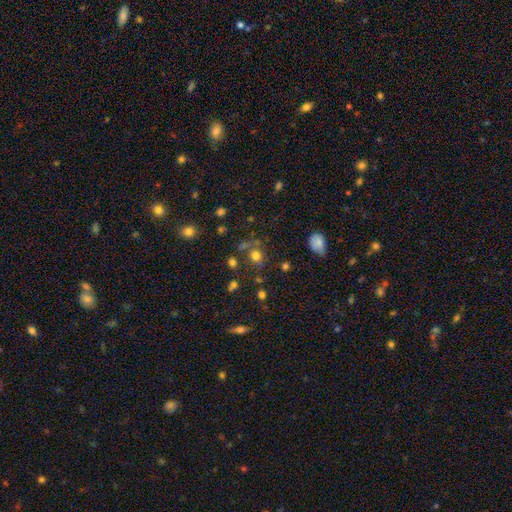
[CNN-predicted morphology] smooth-or-featured: smooth: 71% | star or artifact: 20% | featured or disk: 9%
  how-rounded: round: 82% | in between: 17% | cigar-shaped: 1%
  merging: none: 67% | merger: 14% | minor disturbance: 13% | major disturbance: 7%